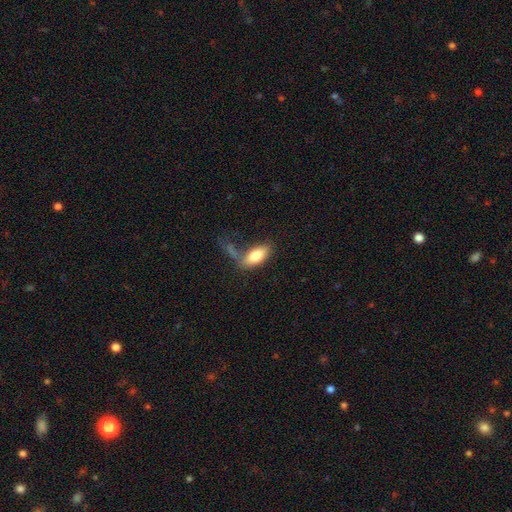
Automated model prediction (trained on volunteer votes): A smooth galaxy with no disk features (79%) that is in between round and cigar-shaped (88%).

Vote fractions:
- Smooth or featured? smooth: 79% / featured or disk: 14% / star or artifact: 7%
- How rounded? in between: 88% / cigar-shaped: 9% / round: 3%
- Merging? none: 47% / minor disturbance: 19% / major disturbance: 18% / merger: 15%